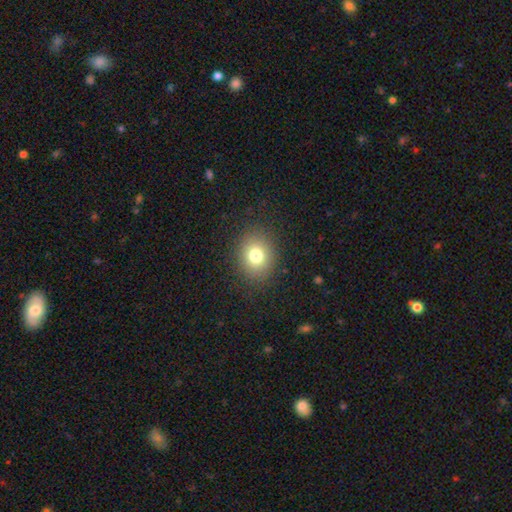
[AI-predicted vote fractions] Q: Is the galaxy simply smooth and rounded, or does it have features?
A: smooth — 78%.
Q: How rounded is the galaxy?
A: round — 64%.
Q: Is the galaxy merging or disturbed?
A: none — 88%.